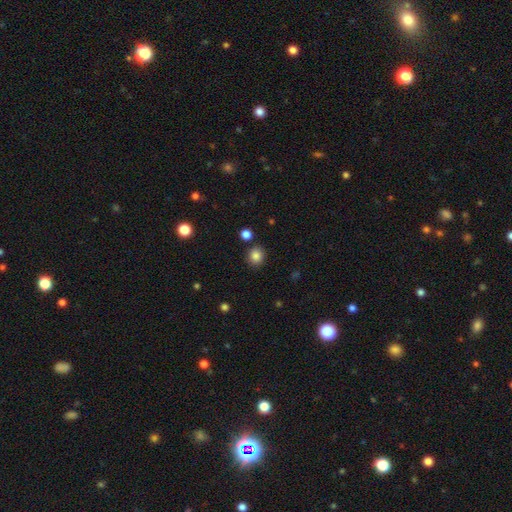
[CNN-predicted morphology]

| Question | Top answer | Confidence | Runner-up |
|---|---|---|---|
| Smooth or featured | smooth | 84% | star or artifact (11%) |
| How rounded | round | 86% | in between (13%) |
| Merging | none | 86% | minor disturbance (8%) |